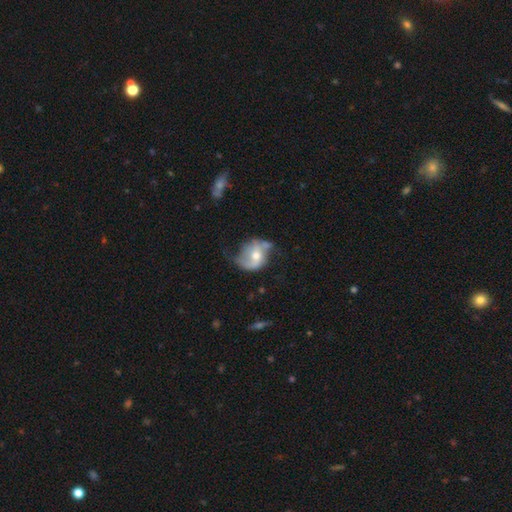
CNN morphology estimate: Overall: featured or disk (67%; smooth 27%). Edge-on disk: no (96%). Bar: no (49%; weak 38%). Spiral arms: yes (81%). Spiral arm count: 2 (79%). Spiral winding: loose (58%; medium 31%). Bulge size: moderate (66%; small 26%). Merging: none (48%; minor disturbance 31%).